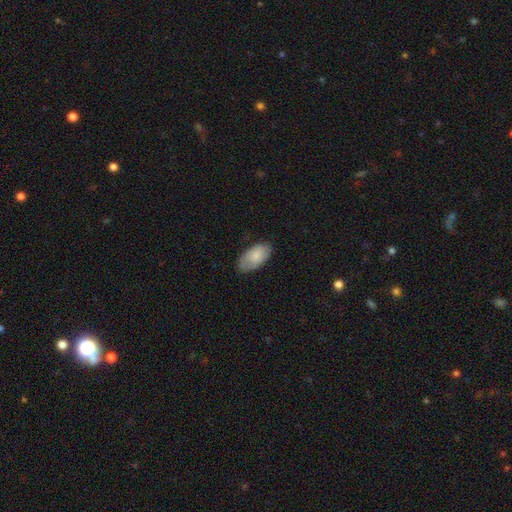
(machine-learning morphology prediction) Smooth or featured?
  - smooth: 81% *
  - featured or disk: 13%
  - star or artifact: 6%
How rounded?
  - in between: 95% *
  - round: 3%
  - cigar-shaped: 2%
Merging?
  - none: 77% *
  - minor disturbance: 18%
  - major disturbance: 3%
  - merger: 1%